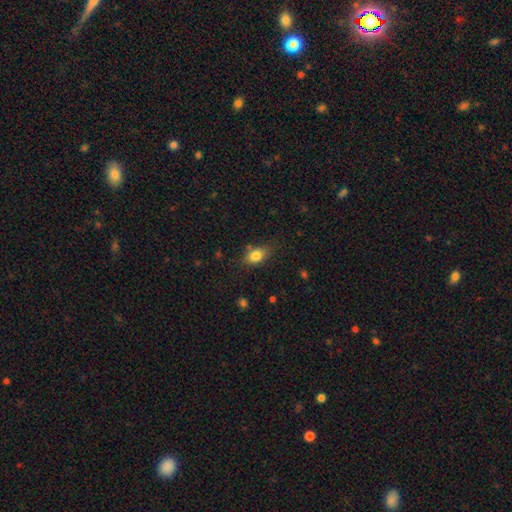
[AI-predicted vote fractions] smooth-or-featured: smooth: 81% | featured or disk: 10% | star or artifact: 9%
  how-rounded: in between: 77% | round: 18% | cigar-shaped: 5%
  merging: none: 72% | minor disturbance: 20% | major disturbance: 5% | merger: 3%